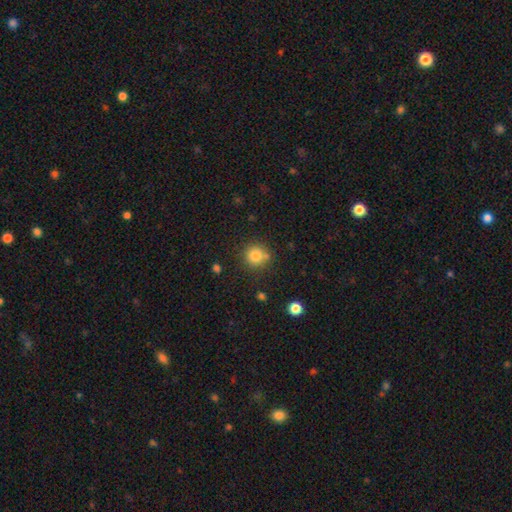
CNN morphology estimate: type=smooth (82%); roundness=round (92%); merging=none (75%).